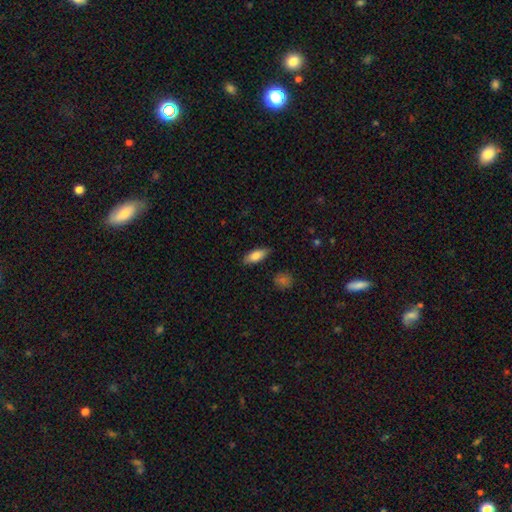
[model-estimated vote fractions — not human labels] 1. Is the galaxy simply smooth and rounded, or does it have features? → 81% smooth, 12% featured or disk, 6% star or artifact.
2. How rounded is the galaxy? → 77% in between, 21% cigar-shaped, 2% round.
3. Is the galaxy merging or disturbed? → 85% none, 11% minor disturbance, 2% major disturbance, 1% merger.